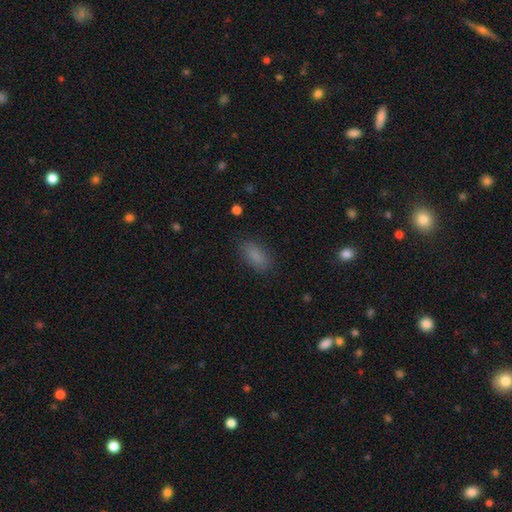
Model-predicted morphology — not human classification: A smooth galaxy with no disk features (85%) that is in between round and cigar-shaped (85%). Merging: none (84%).